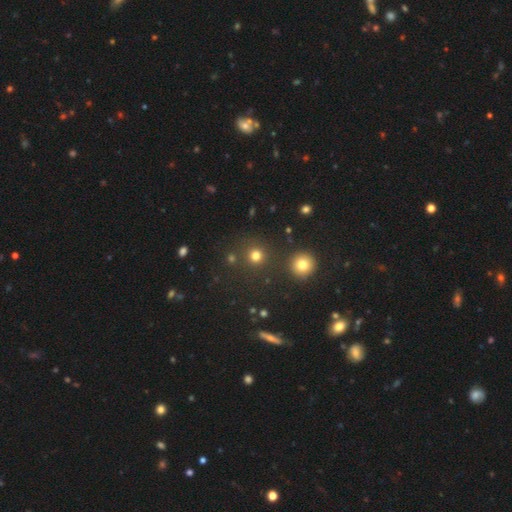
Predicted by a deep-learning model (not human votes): Smooth or featured? smooth (77%)
How rounded? round (94%)
Merging? none (86%)